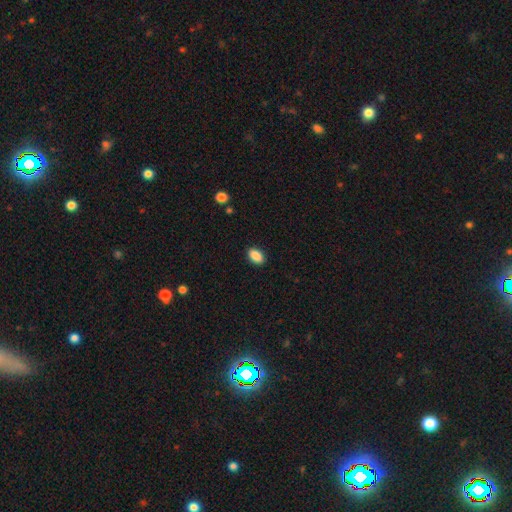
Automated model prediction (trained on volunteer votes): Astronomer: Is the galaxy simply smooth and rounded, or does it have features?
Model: smooth — 89%.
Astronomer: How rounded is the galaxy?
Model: in between — 91%.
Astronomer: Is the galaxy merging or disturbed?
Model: none — 89%.